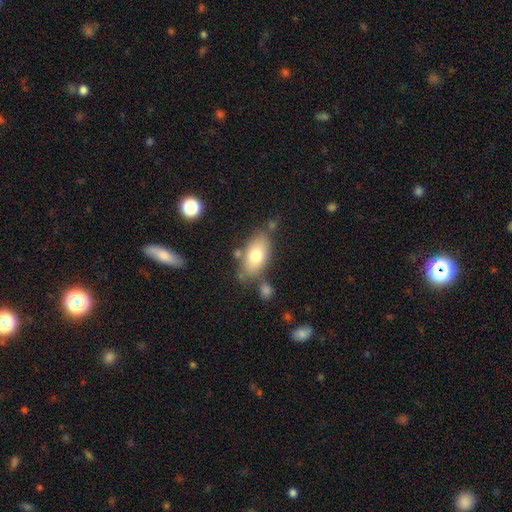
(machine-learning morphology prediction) smooth-or-featured: smooth: 74% | featured or disk: 19% | star or artifact: 7%
  how-rounded: in between: 90% | round: 5% | cigar-shaped: 5%
  merging: none: 70% | minor disturbance: 16% | merger: 9% | major disturbance: 5%